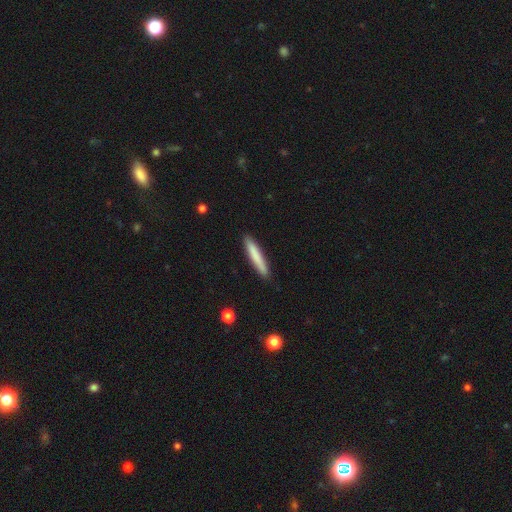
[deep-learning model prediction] A smooth galaxy with no disk features (78%) that is cigar-shaped (94%).

Vote fractions:
- Smooth or featured? smooth: 78% / featured or disk: 16% / star or artifact: 6%
- How rounded? cigar-shaped: 94% / in between: 5% / round: 1%
- Merging? none: 90% / minor disturbance: 8% / major disturbance: 1% / merger: 1%